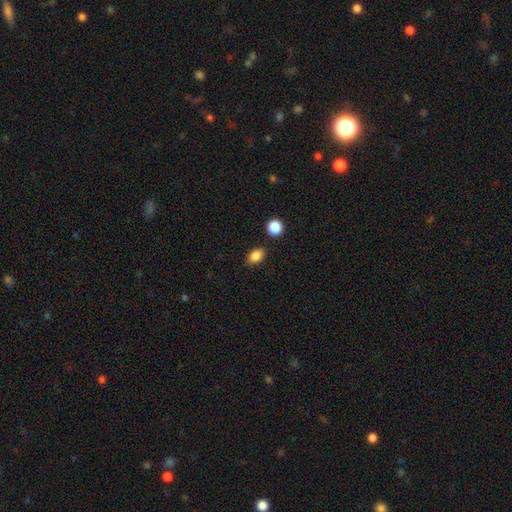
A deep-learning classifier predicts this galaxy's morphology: Smooth or featured: smooth — 86% (star or artifact — 9%)
How rounded: in between — 84% (round — 14%)
Merging: none — 84% (minor disturbance — 10%)